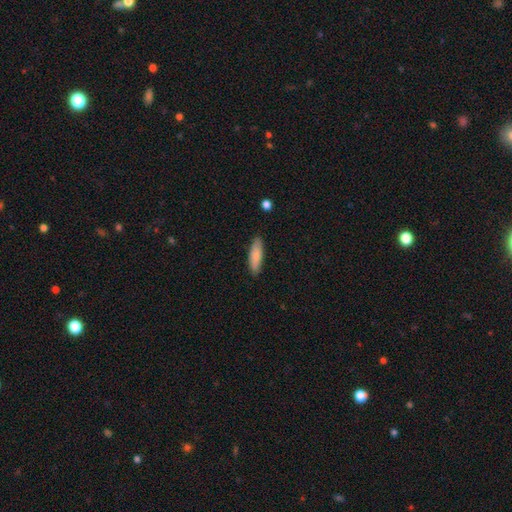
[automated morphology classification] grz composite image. It shows a smooth galaxy with no disk features (83%) that is cigar-shaped (56%). Merging: none (86%).